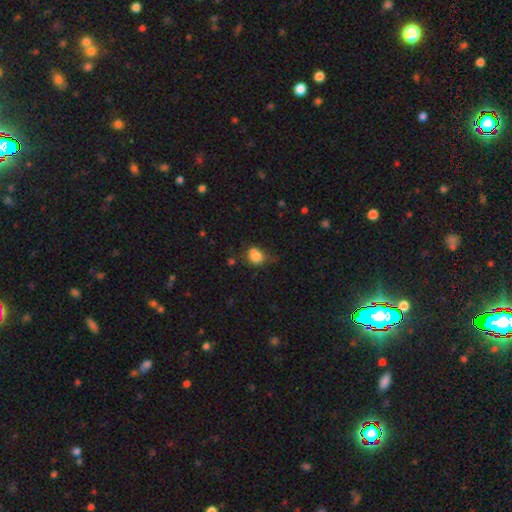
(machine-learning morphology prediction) smooth 77%, star or artifact 12%, featured or disk 11%. Down the decision tree: how rounded — round (51%); merging — none (34%).